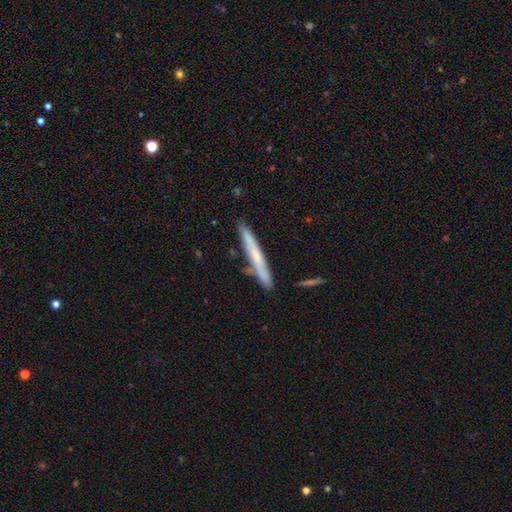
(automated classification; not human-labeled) smooth 48%, featured or disk 45%, star or artifact 7%. Down the decision tree: merging — none (82%).